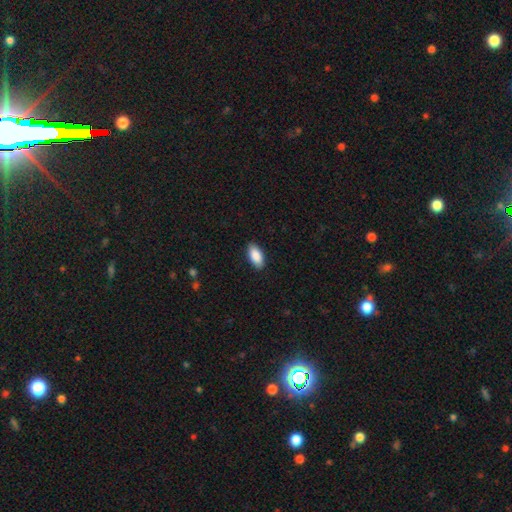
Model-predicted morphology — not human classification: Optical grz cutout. It shows a smooth galaxy with no disk features (89%) that is in between round and cigar-shaped (92%). Merging: none (89%).